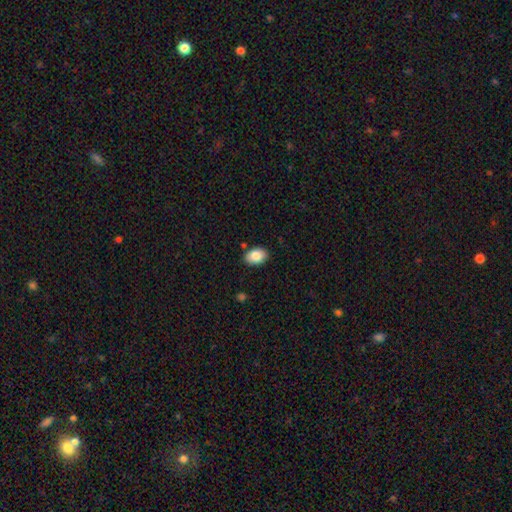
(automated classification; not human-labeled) smooth-or-featured: smooth: 85% | featured or disk: 7% | star or artifact: 7%
  how-rounded: in between: 83% | round: 16% | cigar-shaped: 1%
  merging: none: 85% | minor disturbance: 10% | merger: 2% | major disturbance: 2%